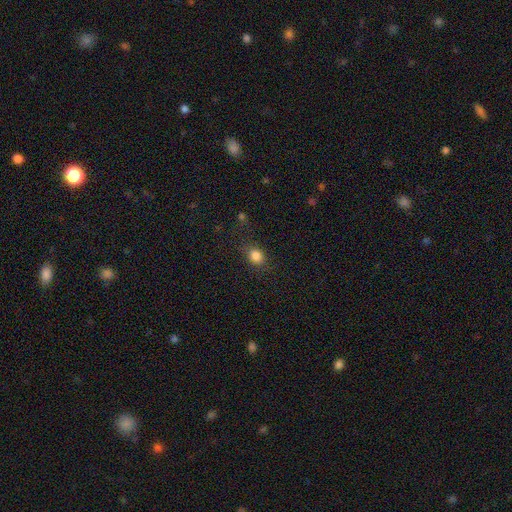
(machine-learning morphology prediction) smooth 83%, star or artifact 11%, featured or disk 5%. Down the decision tree: how rounded — round (58%); merging — none (78%).